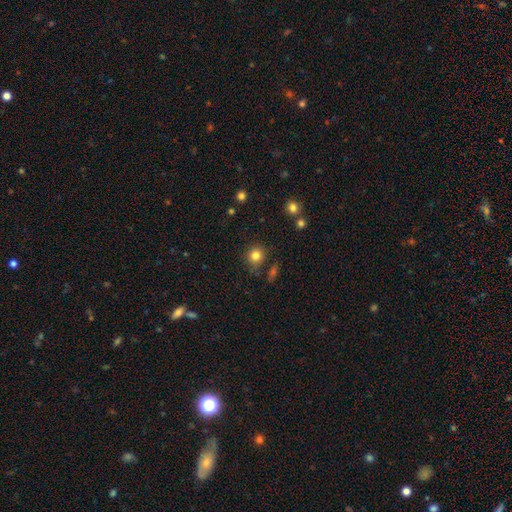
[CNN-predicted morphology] smooth 82%, star or artifact 12%, featured or disk 6%. Down the decision tree: how rounded — round (87%); merging — none (80%).